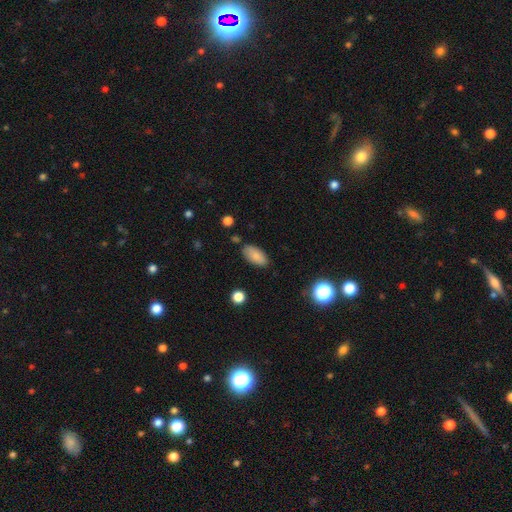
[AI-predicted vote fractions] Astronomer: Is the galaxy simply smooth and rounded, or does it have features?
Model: smooth — 83%.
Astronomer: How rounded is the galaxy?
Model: in between — 92%.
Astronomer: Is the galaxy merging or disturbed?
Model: none — 82%.